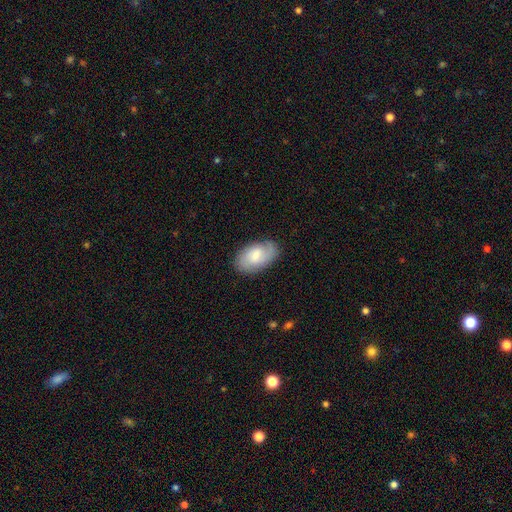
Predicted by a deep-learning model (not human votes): Smooth or featured? Predicted: smooth (p=0.58). How rounded? Predicted: in between (p=0.94). Merging? Predicted: none (p=0.80).